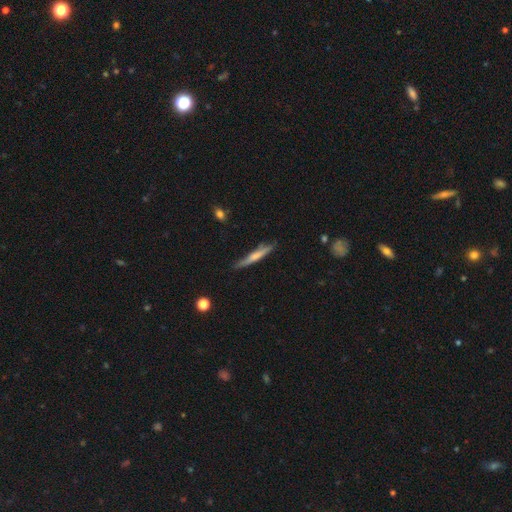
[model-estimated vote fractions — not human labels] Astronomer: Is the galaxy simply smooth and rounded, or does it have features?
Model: smooth — 54% (runner-up: featured or disk, 40%).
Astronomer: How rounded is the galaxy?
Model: cigar-shaped — 94%.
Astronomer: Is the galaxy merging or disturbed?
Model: none — 77%.